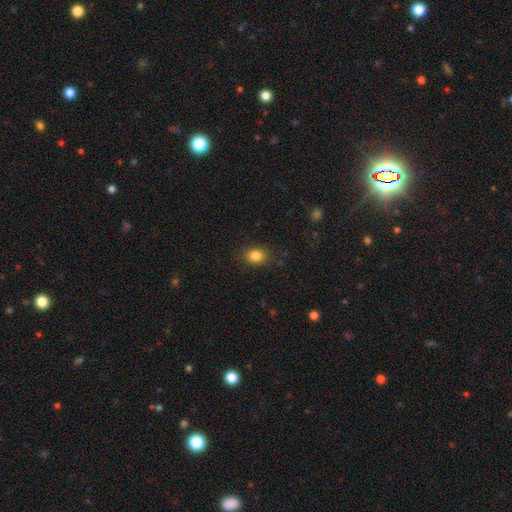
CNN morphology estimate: type=smooth (85%); roundness=in between (59%); merging=none (84%).